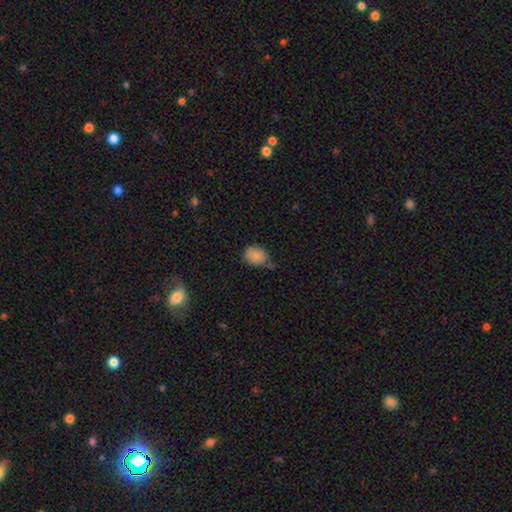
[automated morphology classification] Overall: smooth (86%). How rounded: in between (54%; round 45%). Merging: none (60%; minor disturbance 29%).